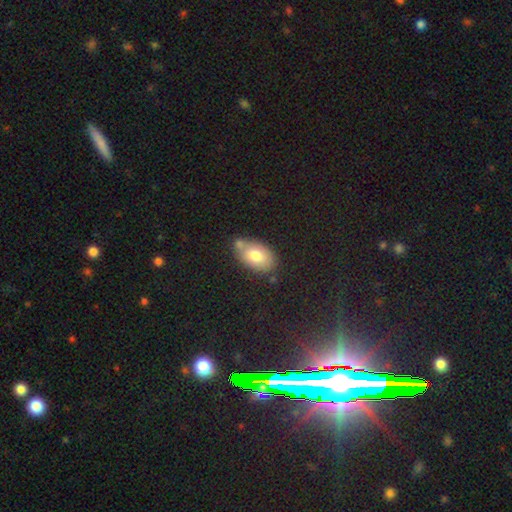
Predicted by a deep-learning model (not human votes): smooth-or-featured: smooth: 76% | featured or disk: 15% | star or artifact: 8%
  how-rounded: in between: 90% | round: 9% | cigar-shaped: 2%
  merging: none: 56% | minor disturbance: 20% | merger: 19% | major disturbance: 5%